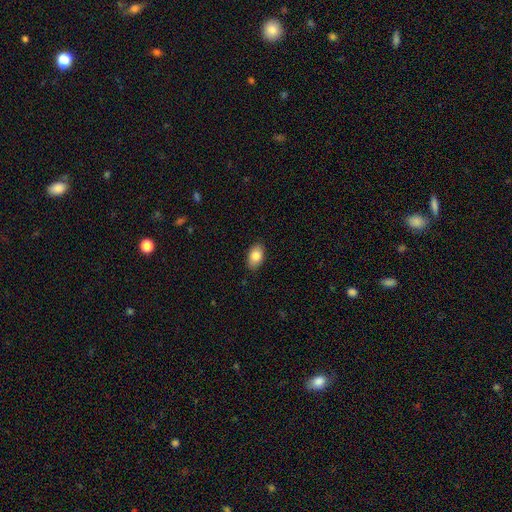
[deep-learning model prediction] Overall: smooth (84%). How rounded: in between (91%). Merging: none (87%).